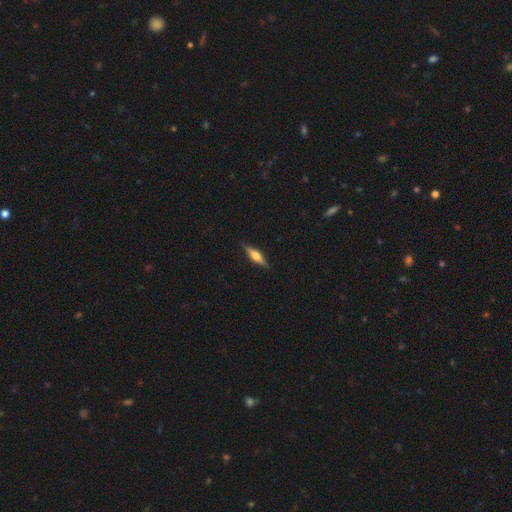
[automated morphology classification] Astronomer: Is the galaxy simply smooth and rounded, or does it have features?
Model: featured or disk — 61%.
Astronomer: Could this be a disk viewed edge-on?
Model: yes — 96%.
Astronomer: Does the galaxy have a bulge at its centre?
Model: rounded — 87%.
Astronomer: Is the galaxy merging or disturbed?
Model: none — 89%.